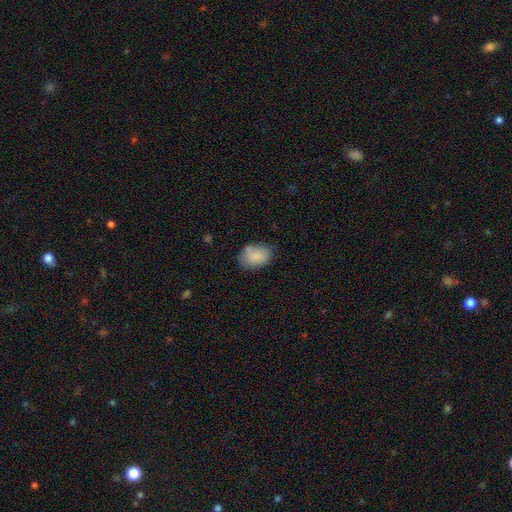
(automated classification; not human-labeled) Q: Smooth or featured?
A: smooth (83%); runner-up: featured or disk (9%)
Q: How rounded?
A: in between (76%); runner-up: round (23%)
Q: Merging?
A: none (63%); runner-up: minor disturbance (26%)